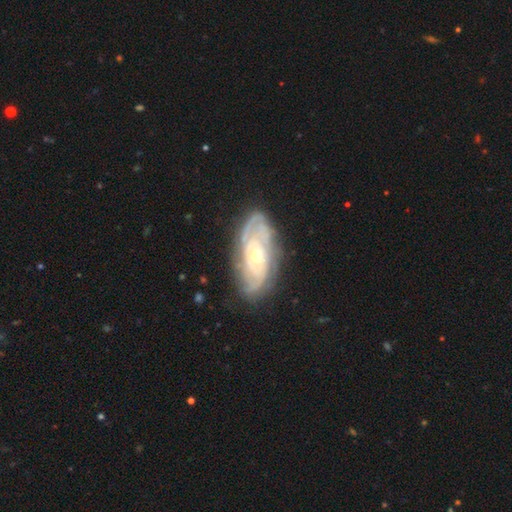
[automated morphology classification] A featured or disk galaxy (82%) with no bar (75%), tight (70%) spiral arms (93%) and a small central bulge (60%).

Vote fractions:
- Smooth or featured? featured or disk: 82% / smooth: 12% / star or artifact: 6%
- Edge-on disk? no: 93% / yes: 7%
- Bar? no: 75% / weak: 20% / strong: 5%
- Spiral arms? yes: 93% / no: 7%
- Spiral winding? tight: 70% / medium: 24% / loose: 6%
- Spiral arm count? can't tell: 38% / 2: 31% / 3: 15% / 4: 8% / more than 4: 5% / 1: 5%
- Bulge size? small: 60% / moderate: 36% / large: 2% / none: 1% / dominant: 1%
- Merging? none: 78% / minor disturbance: 16% / major disturbance: 5% / merger: 1%